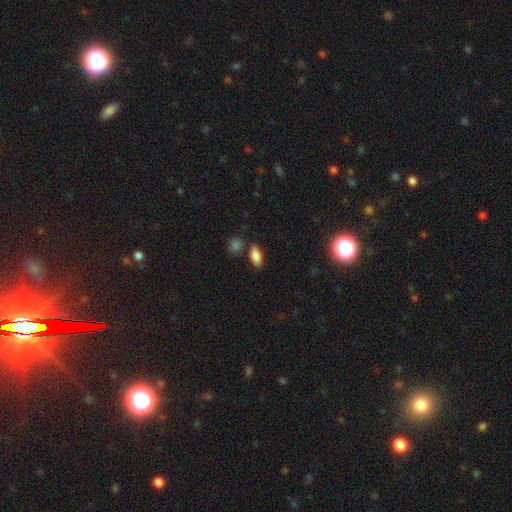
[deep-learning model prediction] This is clearly a smooth galaxy (84%). How rounded: clearly in between (86%). Merging: clearly none (80%).